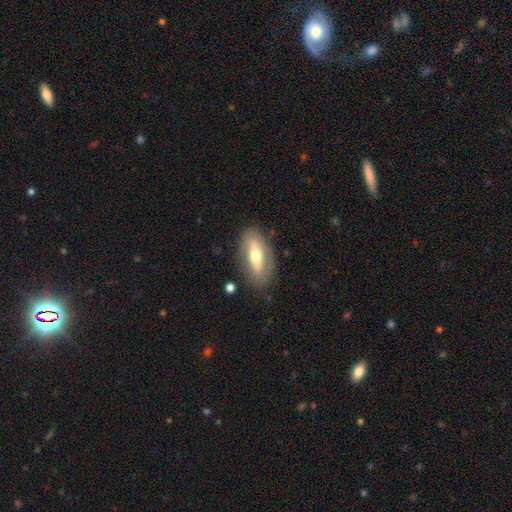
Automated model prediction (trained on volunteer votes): smooth_or_featured: smooth (p=0.48) [alt: featured or disk p=0.45]
merging: none (p=0.79) [alt: minor disturbance p=0.14]